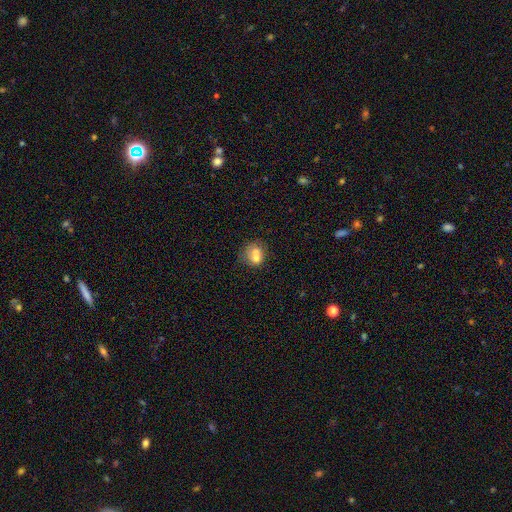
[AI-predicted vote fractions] This is likely a smooth galaxy (65%). How rounded: likely round (69%). Merging: marginally merger (44%).